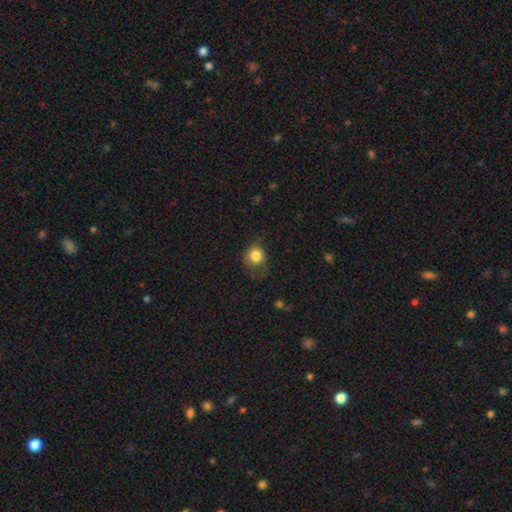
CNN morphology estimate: A smooth galaxy with no disk features (82%) that is round (76%). Merging: none (48%).